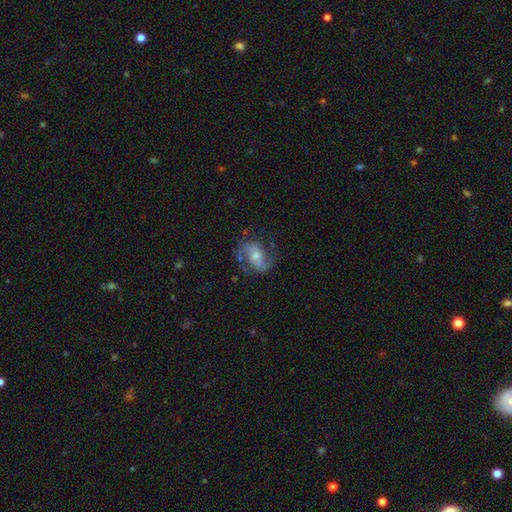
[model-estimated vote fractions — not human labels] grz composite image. It shows a featured or disk galaxy (68%) with no bar (53%), 2 (85%) medium (46%) spiral arms (88%) and a moderate central bulge (46%). Merging: none (63%).